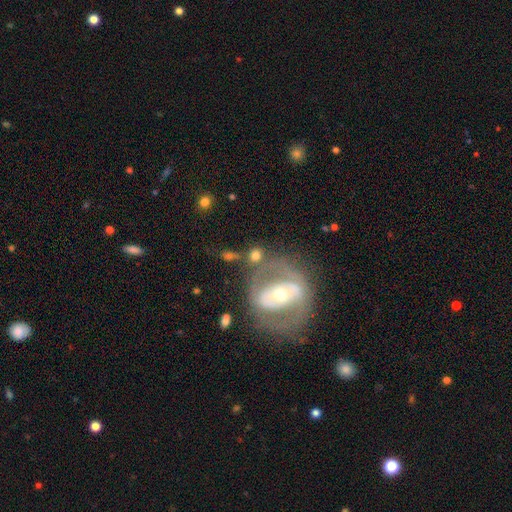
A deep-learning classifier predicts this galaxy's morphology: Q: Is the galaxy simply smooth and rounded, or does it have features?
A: smooth — 51%.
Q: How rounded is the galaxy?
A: round — 58%.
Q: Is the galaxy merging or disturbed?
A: none — 54%.